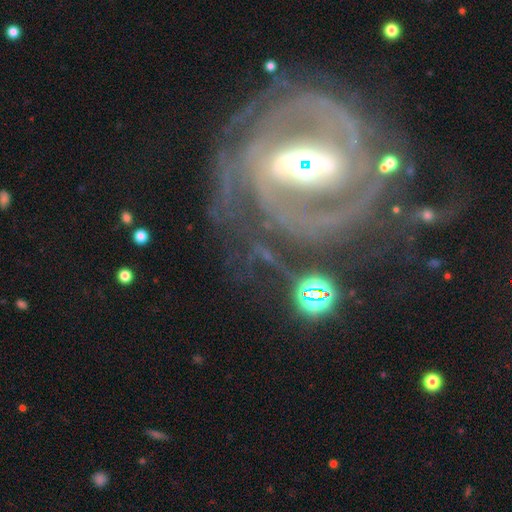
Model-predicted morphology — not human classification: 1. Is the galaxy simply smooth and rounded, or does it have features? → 89% featured or disk, 6% star or artifact, 4% smooth.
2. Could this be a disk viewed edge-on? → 97% no, 3% yes.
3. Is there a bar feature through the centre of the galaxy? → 55% strong, 32% weak, 13% no.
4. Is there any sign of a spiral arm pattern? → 95% yes, 5% no.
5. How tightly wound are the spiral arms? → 62% tight, 31% medium, 7% loose.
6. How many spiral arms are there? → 45% 2, 20% can't tell, 14% 3, 7% 4, 7% 1, 7% more than 4.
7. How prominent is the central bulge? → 45% moderate, 24% small, 24% large, 4% none, 3% dominant.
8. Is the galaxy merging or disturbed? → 62% none, 17% minor disturbance, 16% major disturbance, 5% merger.